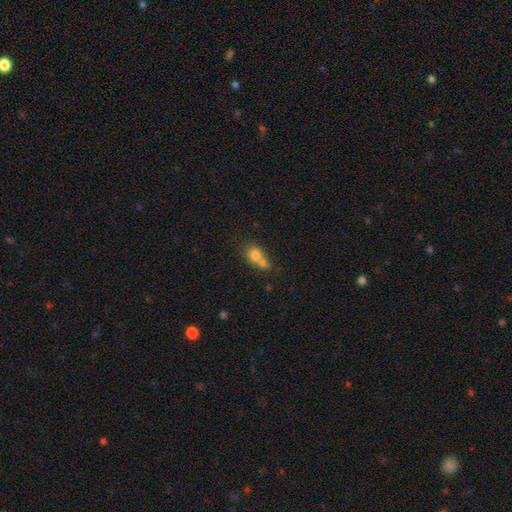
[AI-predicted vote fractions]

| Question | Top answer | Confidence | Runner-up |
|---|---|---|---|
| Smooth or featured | smooth | 72% | featured or disk (15%) |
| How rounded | round | 69% | in between (29%) |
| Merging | merger | 58% | none (30%) |